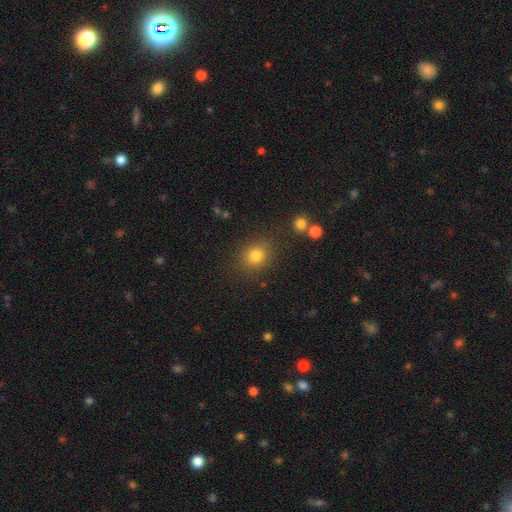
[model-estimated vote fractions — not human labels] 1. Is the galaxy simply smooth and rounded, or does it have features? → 80% smooth, 13% star or artifact, 7% featured or disk.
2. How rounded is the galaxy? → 77% round, 22% in between, 1% cigar-shaped.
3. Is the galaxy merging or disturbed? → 83% none, 10% minor disturbance, 4% major disturbance, 3% merger.